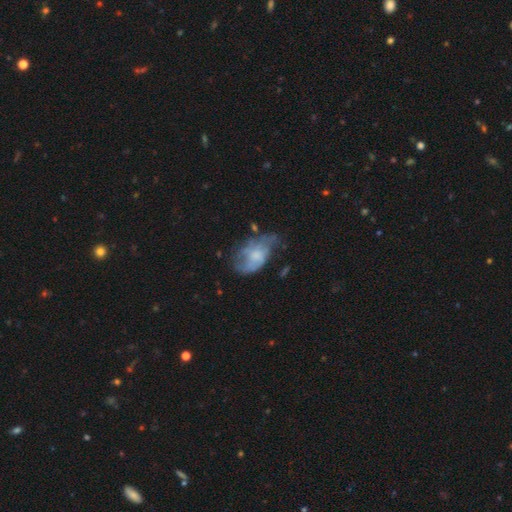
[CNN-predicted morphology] smooth_or_featured: featured or disk (p=0.50) [alt: smooth p=0.41]
disk_edge_on: no (p=0.96) [alt: yes p=0.04]
merging: minor disturbance (p=0.33) [alt: none p=0.32]